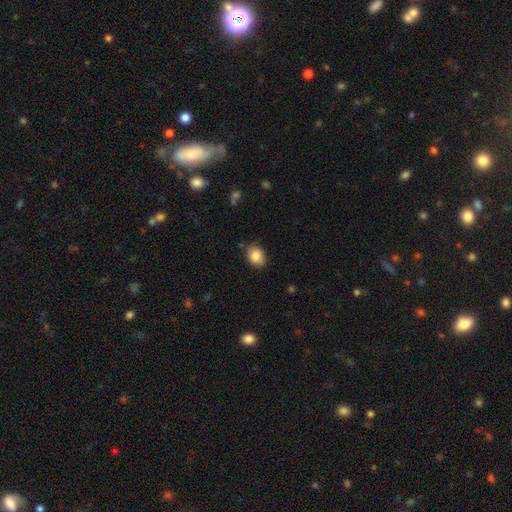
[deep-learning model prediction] Smooth or featured? smooth (85%)
How rounded? in between (54%)
Merging? none (82%)